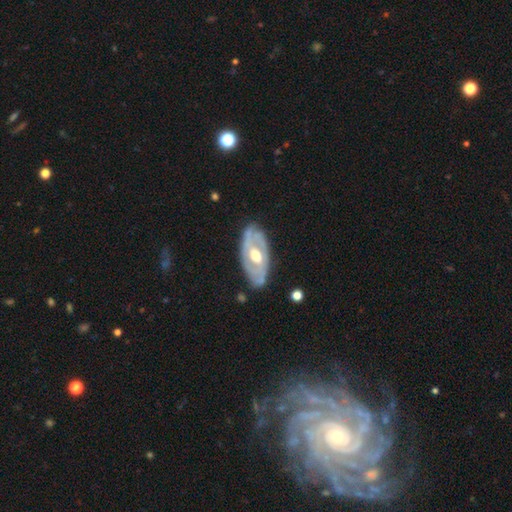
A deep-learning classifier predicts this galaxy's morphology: Q: Smooth or featured?
A: featured or disk (78%); runner-up: smooth (18%)
Q: Edge-on disk?
A: no (88%); runner-up: yes (12%)
Q: Bar?
A: no (55%); runner-up: weak (34%)
Q: Spiral arms?
A: yes (66%); runner-up: no (34%)
Q: Bulge size?
A: moderate (73%); runner-up: large (17%)
Q: Merging?
A: none (73%); runner-up: minor disturbance (20%)